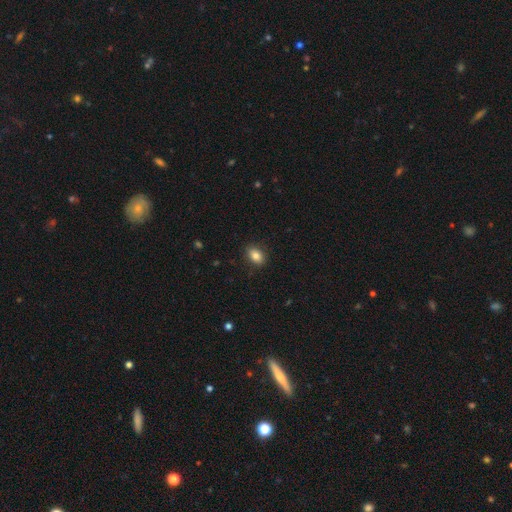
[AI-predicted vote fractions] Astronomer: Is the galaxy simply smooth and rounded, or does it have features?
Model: smooth — 83%.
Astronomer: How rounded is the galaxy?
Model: in between — 81%.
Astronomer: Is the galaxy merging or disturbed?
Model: none — 87%.